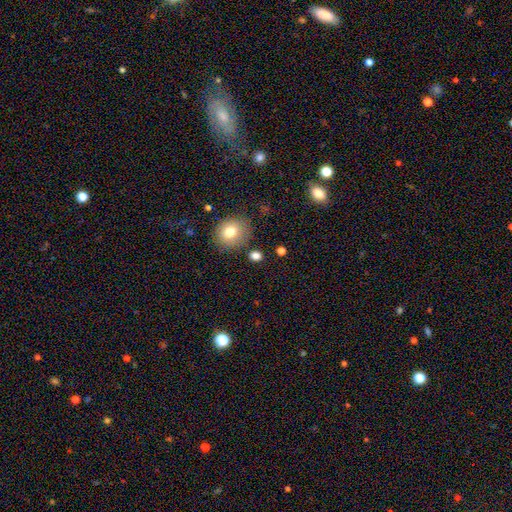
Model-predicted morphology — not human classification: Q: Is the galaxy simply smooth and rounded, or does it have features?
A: smooth — 80%.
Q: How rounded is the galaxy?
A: round — 66%.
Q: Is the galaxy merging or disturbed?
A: none — 81%.